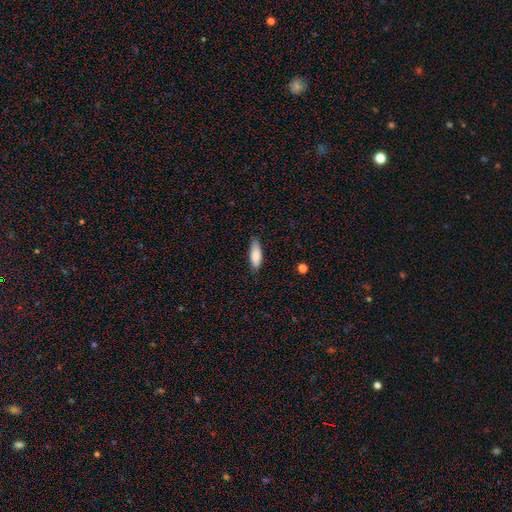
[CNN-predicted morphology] Smooth or featured? Predicted: smooth (p=0.85). How rounded? Predicted: in between (p=0.65). Merging? Predicted: none (p=0.79).